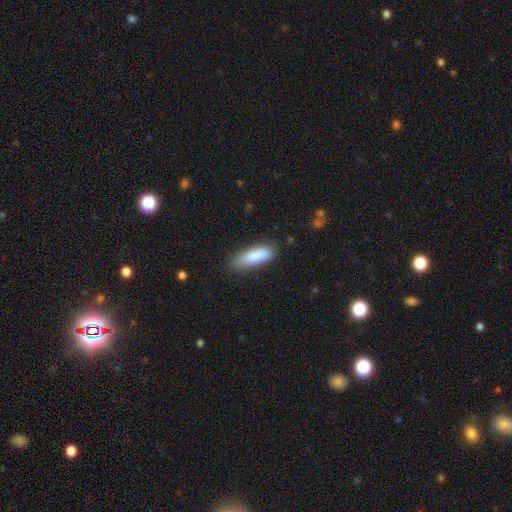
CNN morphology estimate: smooth 84%, featured or disk 10%, star or artifact 6%. Down the decision tree: how rounded — in between (49%, tied with cigar-shaped); merging — none (74%).